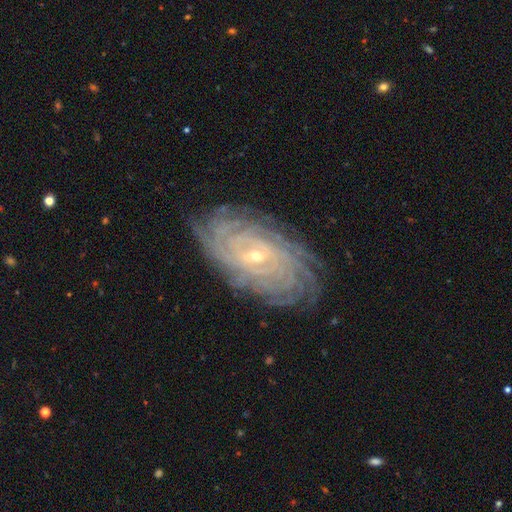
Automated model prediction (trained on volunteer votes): A featured or disk galaxy (88%) with no bar (43%), more than 4 (36%) tight (87%) spiral arms (98%) and a small central bulge (75%).

Vote fractions:
- Smooth or featured? featured or disk: 88% / star or artifact: 6% / smooth: 5%
- Edge-on disk? no: 95% / yes: 5%
- Bar? no: 43% / weak: 39% / strong: 18%
- Spiral arms? yes: 98% / no: 2%
- Spiral winding? tight: 87% / medium: 10% / loose: 2%
- Spiral arm count? more than 4: 36% / can't tell: 25% / 4: 16% / 3: 9% / 2: 8% / 1: 7%
- Bulge size? small: 75% / moderate: 22% / large: 1% / none: 1% / dominant: 1%
- Merging? none: 84% / minor disturbance: 12% / major disturbance: 3% / merger: 1%